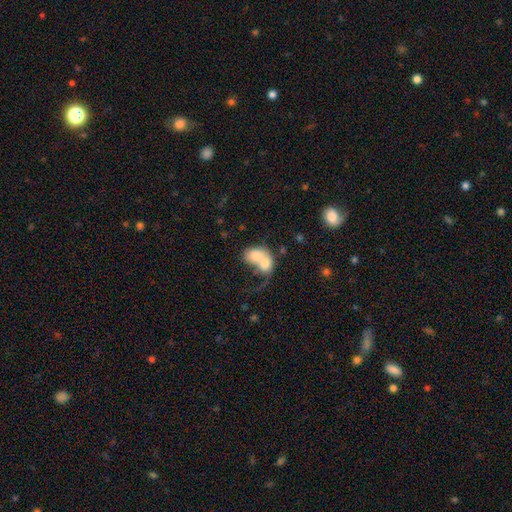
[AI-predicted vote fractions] This appears to be a smooth galaxy with no disk features (70%) that is in between round and cigar-shaped (66%). Merging: merger (78%).